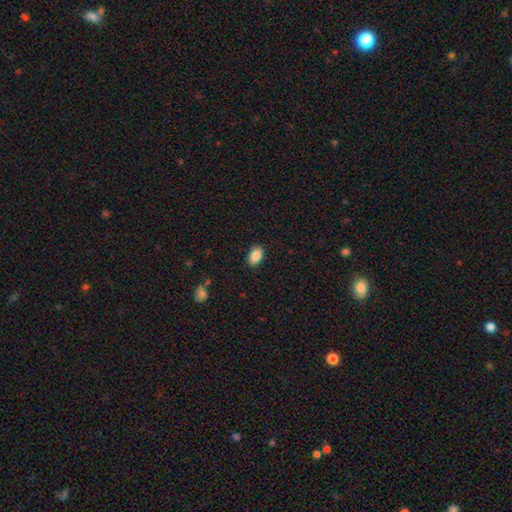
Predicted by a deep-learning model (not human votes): Overall: smooth (88%). How rounded: in between (92%). Merging: none (89%).